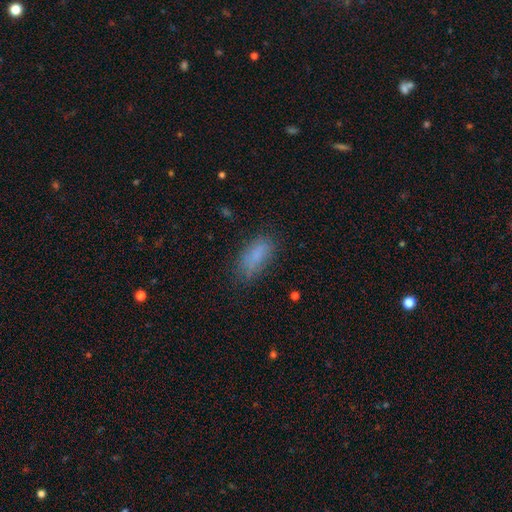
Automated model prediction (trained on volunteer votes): This is likely a smooth galaxy (79%). How rounded: clearly in between (85%). Merging: likely none (68%).